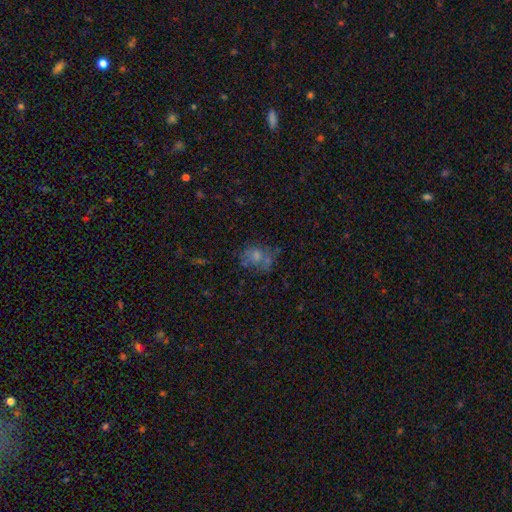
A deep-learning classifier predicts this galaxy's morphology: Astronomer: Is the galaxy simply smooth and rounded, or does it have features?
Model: smooth — 45% (runner-up: featured or disk, 29%).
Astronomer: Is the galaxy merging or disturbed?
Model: none — 48%.